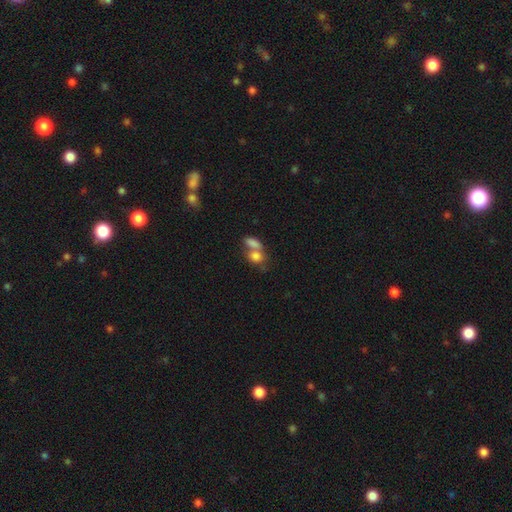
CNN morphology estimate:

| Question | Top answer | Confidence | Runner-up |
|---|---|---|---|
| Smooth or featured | smooth | 80% | featured or disk (11%) |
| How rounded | in between | 65% | round (32%) |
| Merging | merger | 59% | none (27%) |